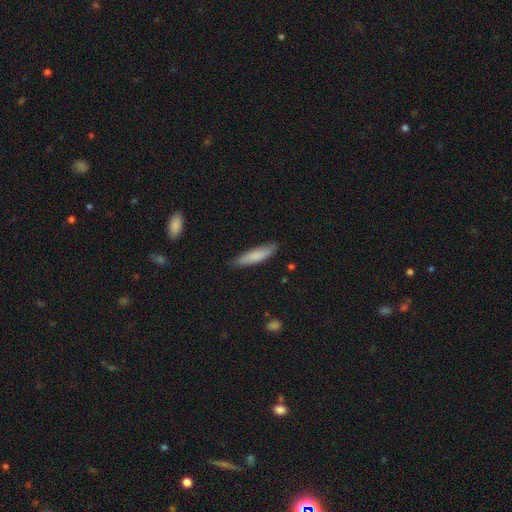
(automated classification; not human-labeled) Overall: smooth (82%). How rounded: cigar-shaped (73%). Merging: none (82%).